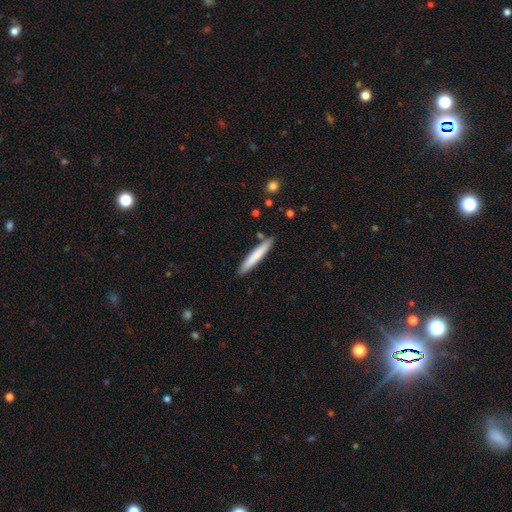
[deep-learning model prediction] Smooth or featured? smooth (75%)
How rounded? cigar-shaped (94%)
Merging? none (88%)